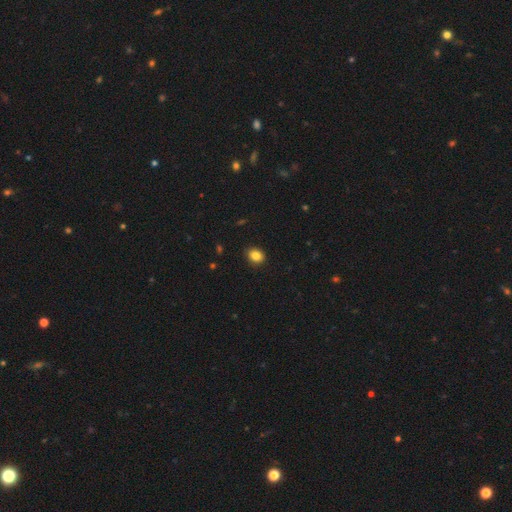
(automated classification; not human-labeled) Q: Smooth or featured?
A: smooth (85%); runner-up: star or artifact (10%)
Q: How rounded?
A: in between (51%); runner-up: round (48%)
Q: Merging?
A: none (88%); runner-up: minor disturbance (9%)